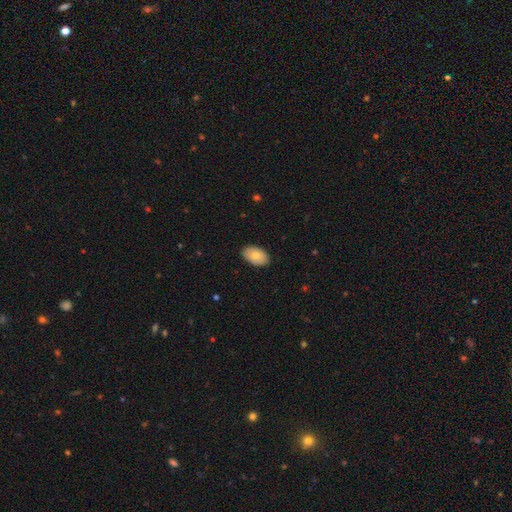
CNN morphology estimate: A smooth galaxy with no disk features (73%) that is in between round and cigar-shaped (92%).

Vote fractions:
- Smooth or featured? smooth: 73% / featured or disk: 21% / star or artifact: 6%
- How rounded? in between: 92% / round: 7% / cigar-shaped: 1%
- Merging? none: 88% / minor disturbance: 9% / major disturbance: 2% / merger: 1%